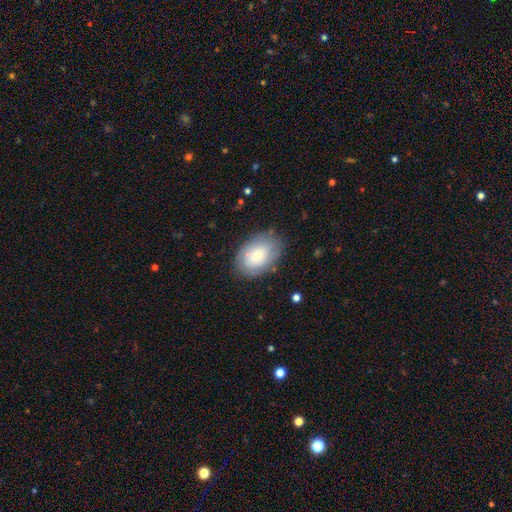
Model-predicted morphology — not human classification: The model was most divided on "smooth or featured": smooth: 71%, featured or disk: 22%, star or artifact: 7%. More confident: how rounded — in between (84%); merging — none (79%).